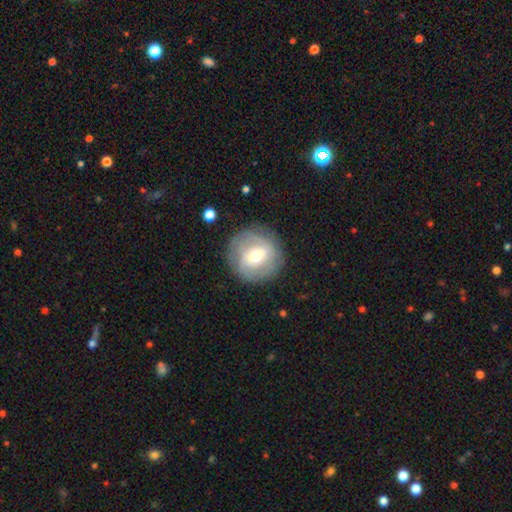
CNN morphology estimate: Q: Smooth or featured?
A: featured or disk (59%); runner-up: smooth (34%)
Q: Edge-on disk?
A: no (96%); runner-up: yes (4%)
Q: Bar?
A: weak (46%); runner-up: no (34%)
Q: Spiral arms?
A: yes (69%); runner-up: no (31%)
Q: Bulge size?
A: moderate (70%); runner-up: small (22%)
Q: Merging?
A: none (83%); runner-up: minor disturbance (11%)